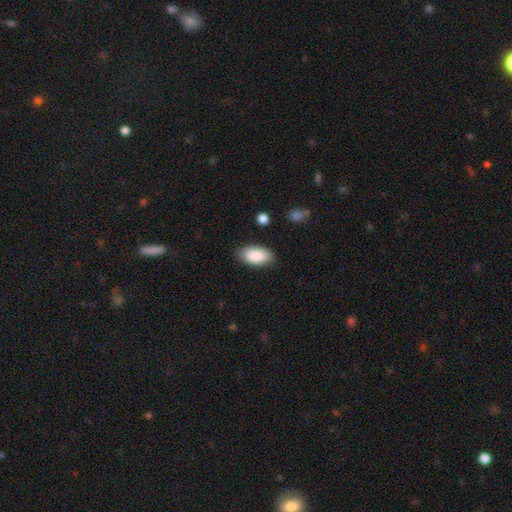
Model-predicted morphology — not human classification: Q: Smooth or featured?
A: smooth (89%); runner-up: star or artifact (6%)
Q: How rounded?
A: in between (94%); runner-up: cigar-shaped (4%)
Q: Merging?
A: none (83%); runner-up: minor disturbance (12%)